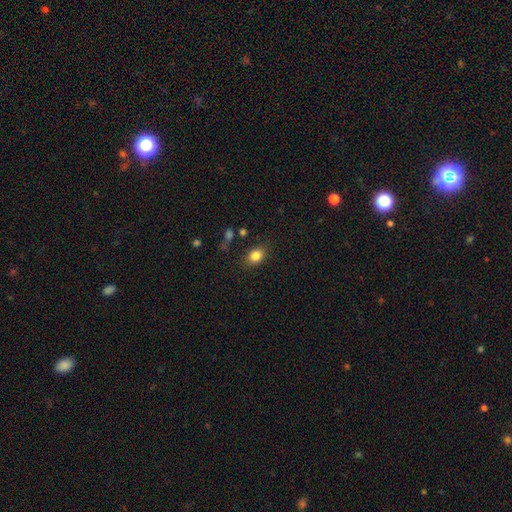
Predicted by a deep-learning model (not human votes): Smooth or featured?
  - smooth: 84% *
  - star or artifact: 10%
  - featured or disk: 7%
How rounded?
  - in between: 68% *
  - round: 31%
  - cigar-shaped: 1%
Merging?
  - none: 82% *
  - minor disturbance: 12%
  - major disturbance: 4%
  - merger: 2%